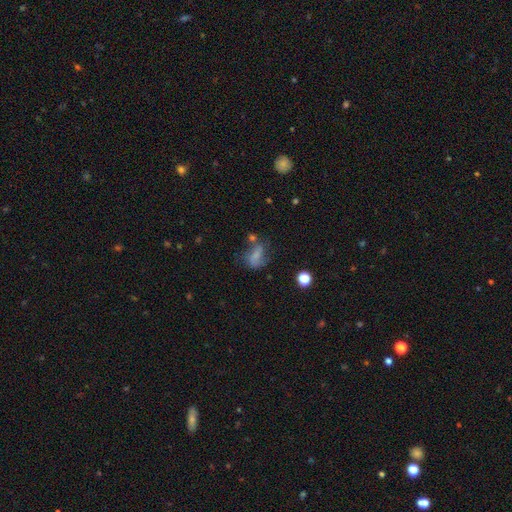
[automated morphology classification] smooth 57%, featured or disk 27%, star or artifact 16%. Down the decision tree: how rounded — in between (73%); merging — none (37%).